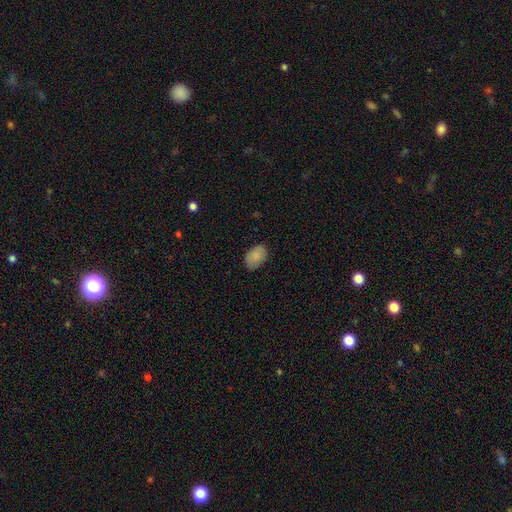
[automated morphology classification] smooth_or_featured: smooth (p=0.87) [alt: star or artifact p=0.07]
how_rounded: in between (p=0.89) [alt: round p=0.10]
merging: none (p=0.84) [alt: minor disturbance p=0.13]